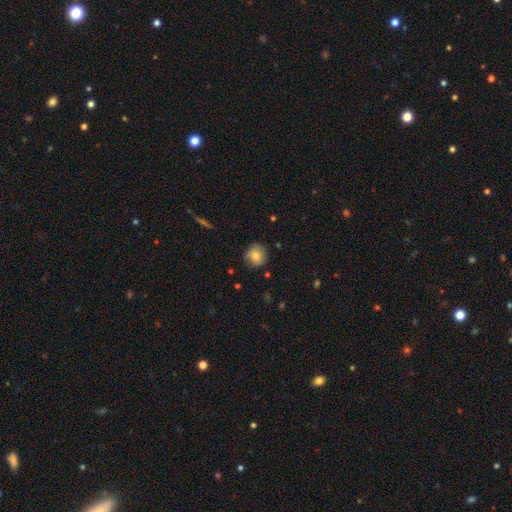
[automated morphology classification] A smooth galaxy with no disk features (73%) that is round (86%).

Vote fractions:
- Smooth or featured? smooth: 73% / featured or disk: 18% / star or artifact: 9%
- How rounded? round: 86% / in between: 13% / cigar-shaped: 1%
- Merging? none: 76% / minor disturbance: 18% / major disturbance: 4% / merger: 1%